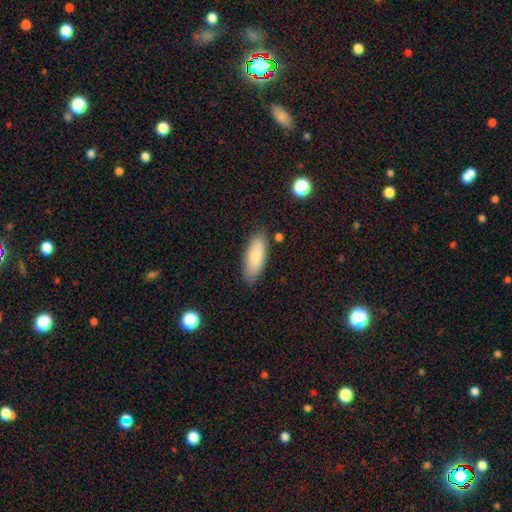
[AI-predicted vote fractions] Smooth or featured? Predicted: smooth (p=0.84). How rounded? Predicted: in between (p=0.71). Merging? Predicted: none (p=0.81).